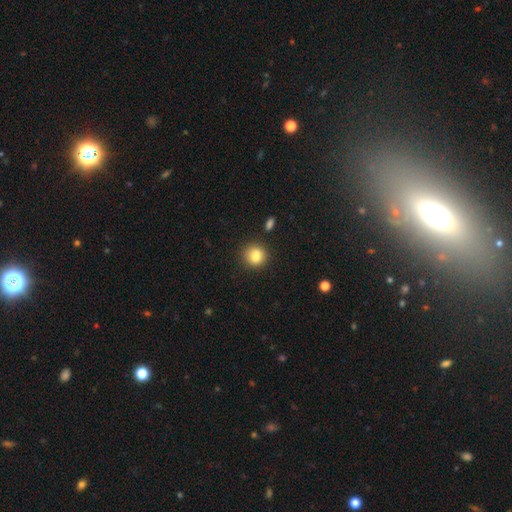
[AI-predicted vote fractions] This appears to be a smooth galaxy with no disk features (86%) that is round (82%). Merging: none (83%).